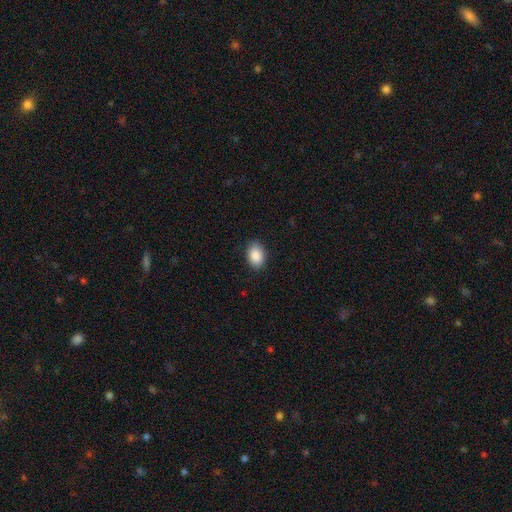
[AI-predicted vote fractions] A smooth galaxy with no disk features (89%) that is in between round and cigar-shaped (82%). Merging: none (87%).